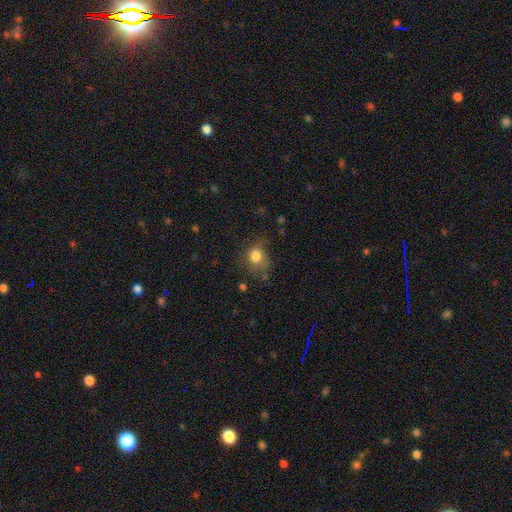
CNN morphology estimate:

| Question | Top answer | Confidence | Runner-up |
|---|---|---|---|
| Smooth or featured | smooth | 80% | star or artifact (10%) |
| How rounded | round | 69% | in between (30%) |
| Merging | none | 55% | minor disturbance (27%) |